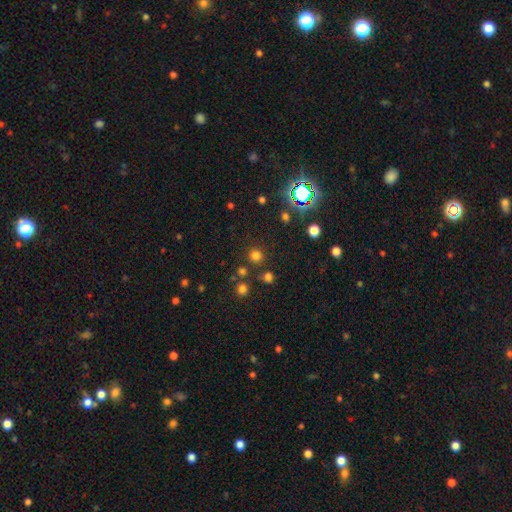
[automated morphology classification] This is likely a smooth galaxy (71%). How rounded: clearly round (93%). Merging: clearly none (83%).